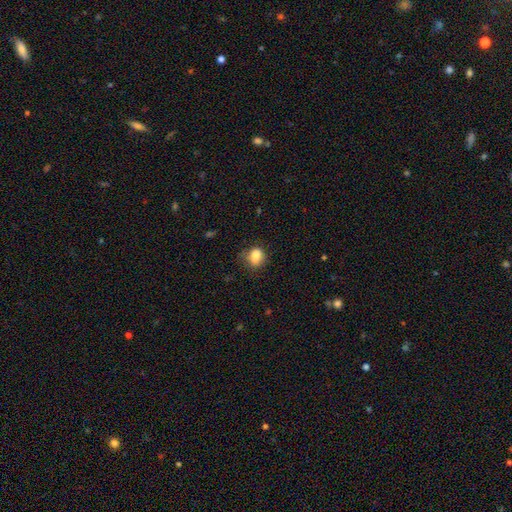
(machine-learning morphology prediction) smooth_or_featured: smooth (p=0.81) [alt: star or artifact p=0.10]
how_rounded: in between (p=0.54) [alt: round p=0.45]
merging: none (p=0.55) [alt: minor disturbance p=0.29]